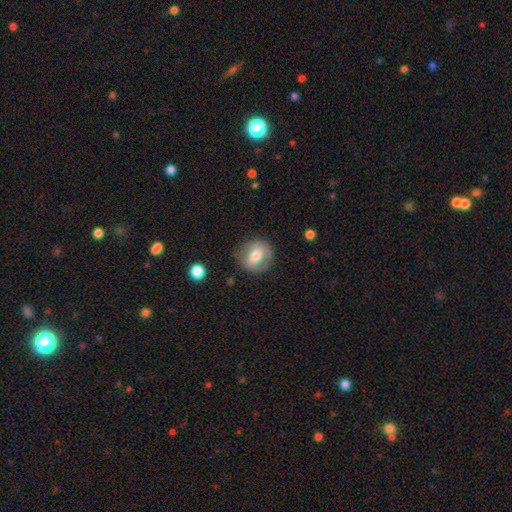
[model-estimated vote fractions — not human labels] Smooth or featured: smooth — 57% (featured or disk — 35%)
How rounded: round — 82% (in between — 17%)
Merging: none — 77% (minor disturbance — 16%)